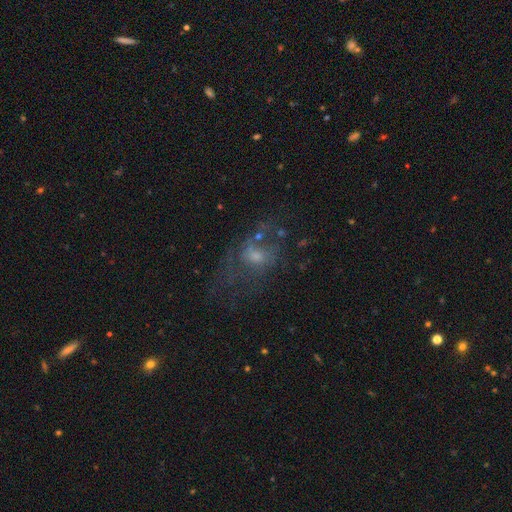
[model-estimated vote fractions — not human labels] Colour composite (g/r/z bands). It shows a featured or disk galaxy (50%). Merging: major disturbance (38%, tied with none).